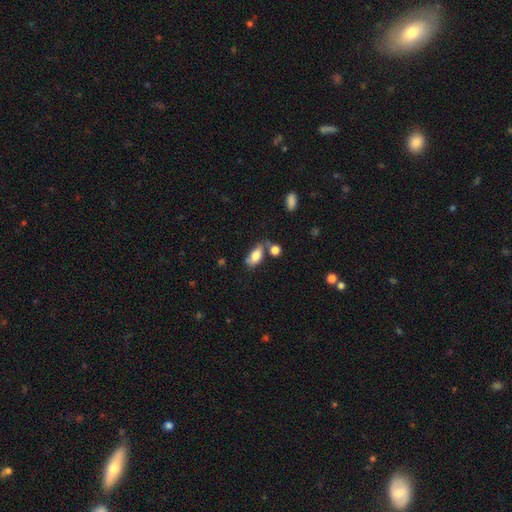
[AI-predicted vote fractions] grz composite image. It shows a smooth galaxy with no disk features (74%) that is in between round and cigar-shaped (86%). Merging: none (48%).